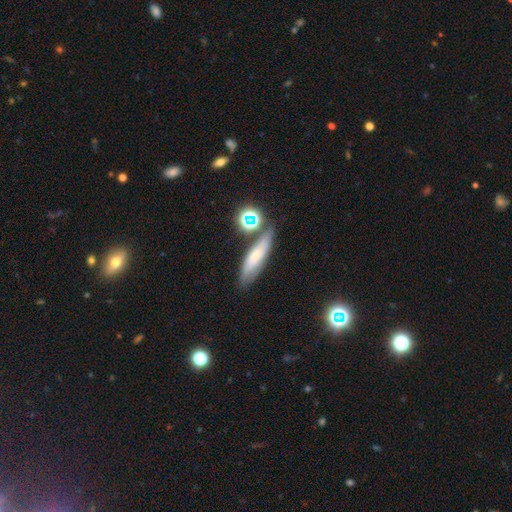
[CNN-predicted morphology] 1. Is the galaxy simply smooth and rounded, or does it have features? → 56% smooth, 30% featured or disk, 13% star or artifact.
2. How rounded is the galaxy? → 58% cigar-shaped, 36% in between, 6% round.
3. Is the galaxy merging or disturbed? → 66% none, 17% minor disturbance, 11% merger, 5% major disturbance.